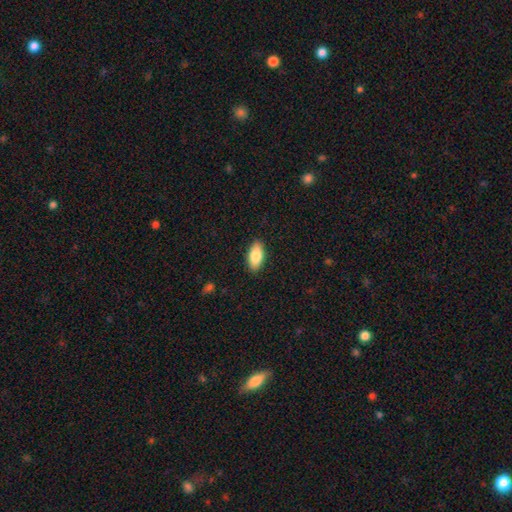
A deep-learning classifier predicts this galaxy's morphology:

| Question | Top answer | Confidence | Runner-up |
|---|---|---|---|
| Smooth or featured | smooth | 85% | featured or disk (9%) |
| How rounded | in between | 91% | cigar-shaped (7%) |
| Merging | none | 89% | minor disturbance (8%) |